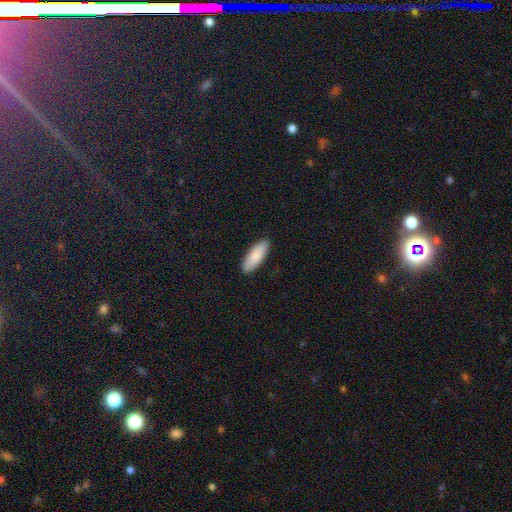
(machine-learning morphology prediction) This appears to be a smooth galaxy with no disk features (88%) that is in between round and cigar-shaped (65%). Merging: none (90%).